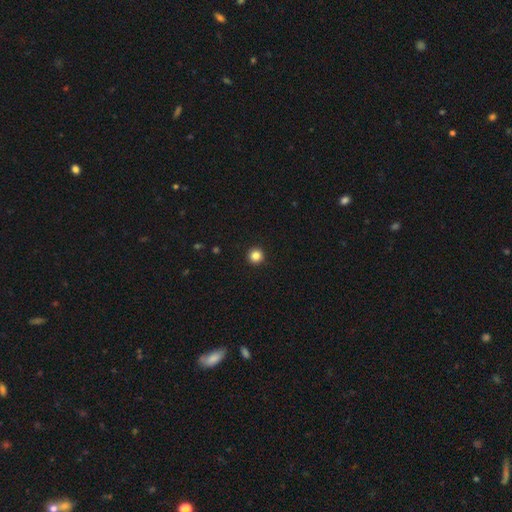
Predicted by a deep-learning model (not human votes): Smooth or featured?
  - smooth: 85% *
  - star or artifact: 11%
  - featured or disk: 4%
How rounded?
  - round: 96% *
  - in between: 3%
  - cigar-shaped: 1%
Merging?
  - none: 94% *
  - minor disturbance: 4%
  - major disturbance: 1%
  - merger: 1%